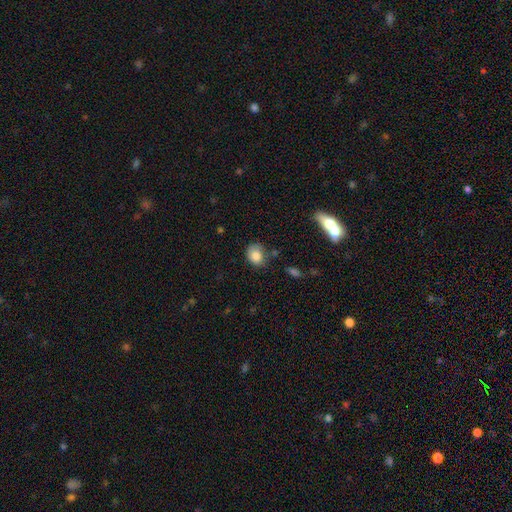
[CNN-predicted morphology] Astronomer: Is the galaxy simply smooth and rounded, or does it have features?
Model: smooth — 83%.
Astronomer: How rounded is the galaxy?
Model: round — 53% (runner-up: in between, 46%).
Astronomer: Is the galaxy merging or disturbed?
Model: none — 57%.